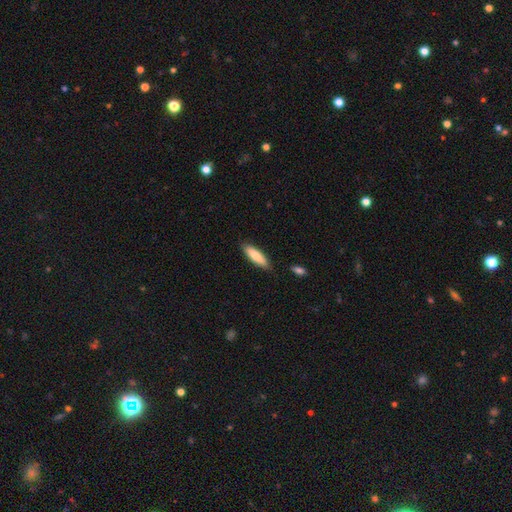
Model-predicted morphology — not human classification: Smooth or featured? Predicted: smooth (p=0.81). How rounded? Predicted: cigar-shaped (p=0.54). Merging? Predicted: none (p=0.86).